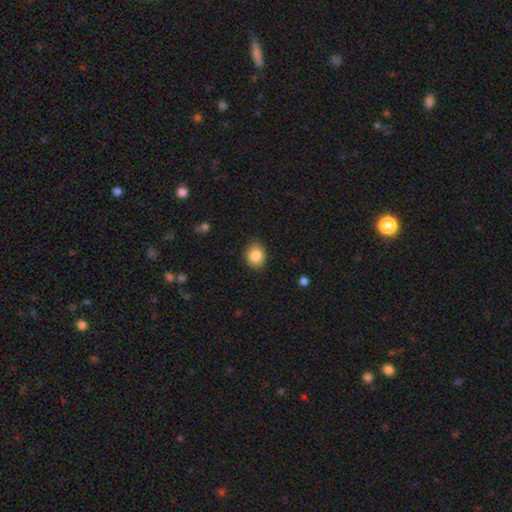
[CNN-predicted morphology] This is clearly a smooth galaxy (85%). How rounded: possibly in between (50%). Merging: clearly none (85%).